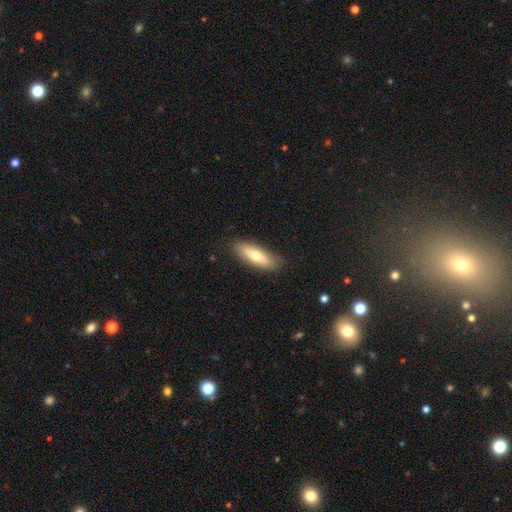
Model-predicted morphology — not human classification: This appears to be a smooth galaxy with no disk features (66%) that is in between round and cigar-shaped (61%). Merging: none (83%).